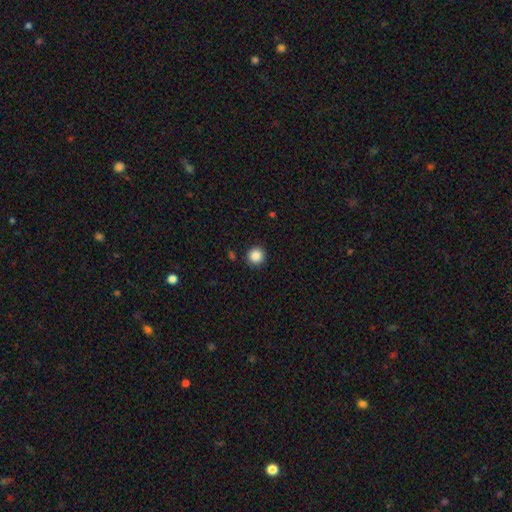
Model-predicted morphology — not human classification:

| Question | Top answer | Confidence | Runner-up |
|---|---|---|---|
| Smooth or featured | smooth | 86% | star or artifact (10%) |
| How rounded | round | 94% | in between (5%) |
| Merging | none | 90% | minor disturbance (6%) |